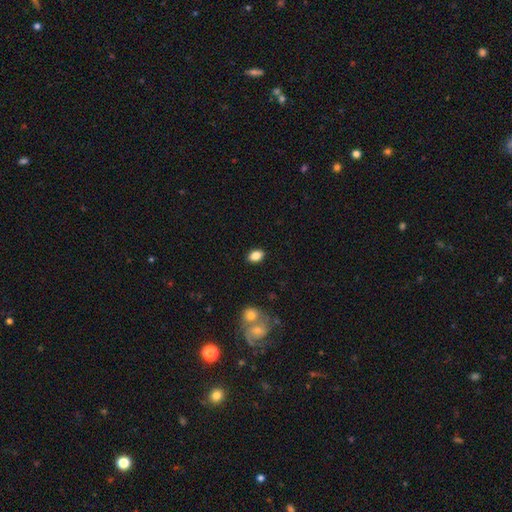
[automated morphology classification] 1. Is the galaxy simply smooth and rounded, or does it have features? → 85% smooth, 9% star or artifact, 6% featured or disk.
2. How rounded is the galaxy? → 84% in between, 14% round, 2% cigar-shaped.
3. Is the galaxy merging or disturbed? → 89% none, 8% minor disturbance, 2% major disturbance, 2% merger.